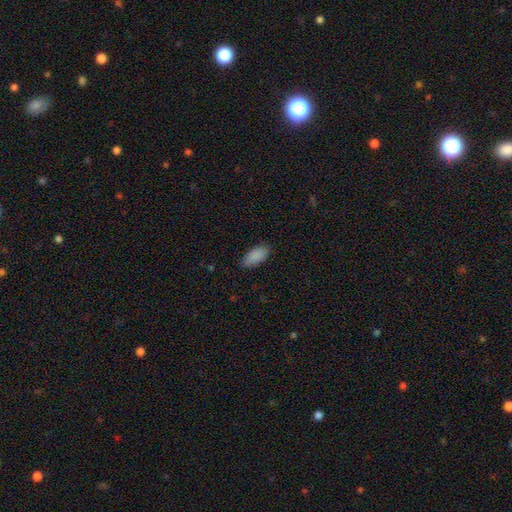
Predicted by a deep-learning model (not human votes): smooth_or_featured: smooth (p=0.89) [alt: star or artifact p=0.07]
how_rounded: in between (p=0.89) [alt: cigar-shaped p=0.09]
merging: none (p=0.81) [alt: minor disturbance p=0.15]